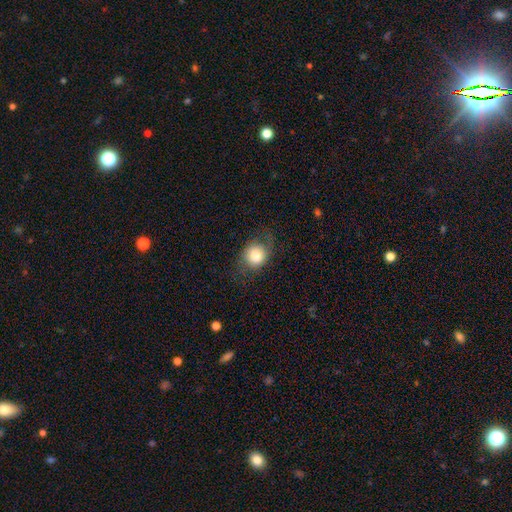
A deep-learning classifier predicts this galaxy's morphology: Smooth or featured? Predicted: smooth (p=0.73). How rounded? Predicted: round (p=0.72). Merging? Predicted: none (p=0.71).